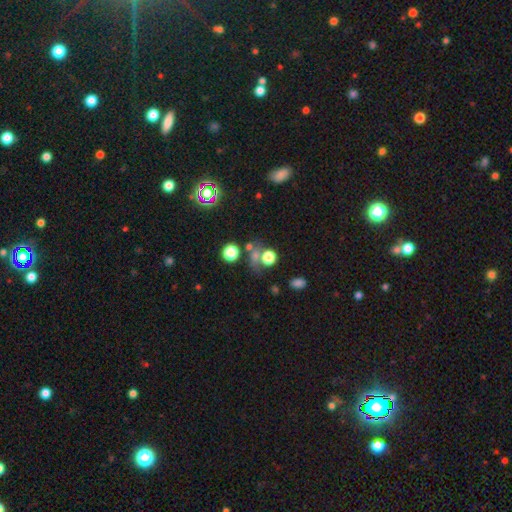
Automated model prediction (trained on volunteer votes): smooth-or-featured: smooth: 48% | star or artifact: 40% | featured or disk: 11%
  merging: none: 57% | merger: 22% | minor disturbance: 12% | major disturbance: 9%